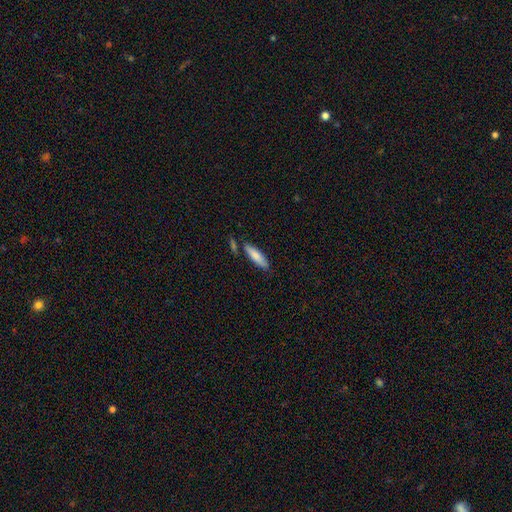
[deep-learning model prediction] smooth_or_featured: smooth (p=0.81) [alt: featured or disk p=0.14]
how_rounded: cigar-shaped (p=0.66) [alt: in between p=0.32]
merging: none (p=0.75) [alt: minor disturbance p=0.14]